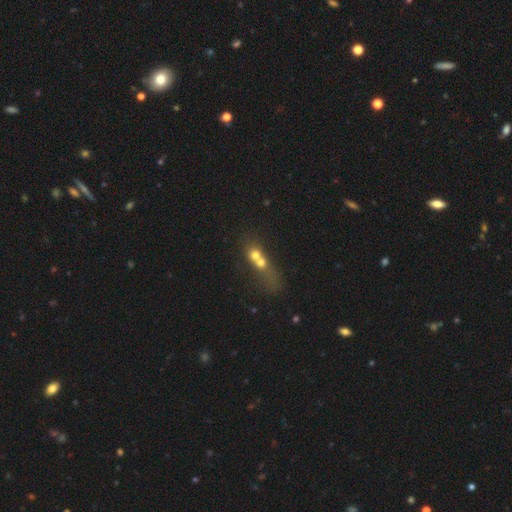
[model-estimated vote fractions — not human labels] Smooth or featured: smooth — 56% (featured or disk — 30%)
How rounded: round — 58% (in between — 33%)
Merging: merger — 73% (none — 16%)